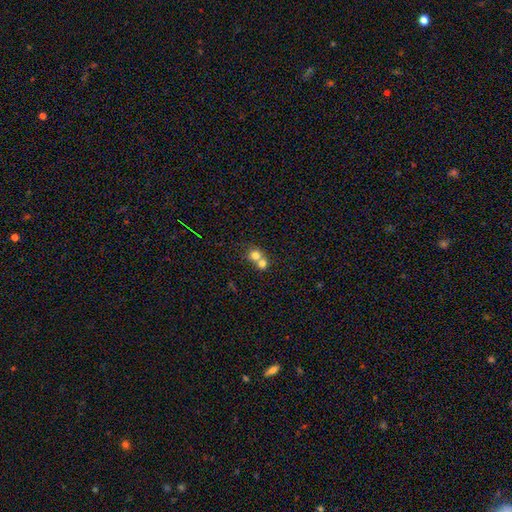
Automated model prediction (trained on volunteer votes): Smooth or featured: smooth — 75% (featured or disk — 13%)
How rounded: round — 81% (in between — 18%)
Merging: merger — 65% (none — 29%)